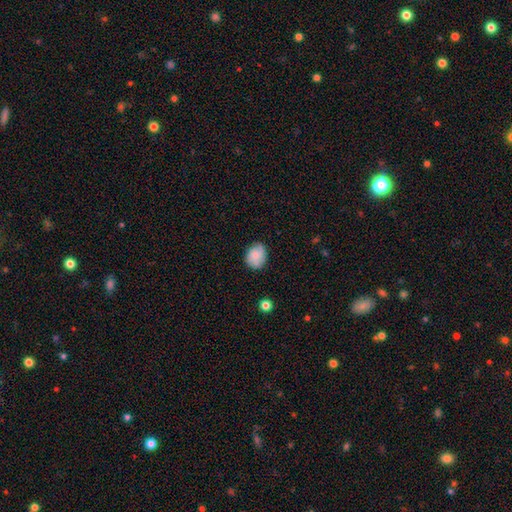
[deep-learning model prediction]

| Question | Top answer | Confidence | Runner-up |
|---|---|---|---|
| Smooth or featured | smooth | 72% | featured or disk (20%) |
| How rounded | in between | 51% | round (48%) |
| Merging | none | 72% | minor disturbance (22%) |